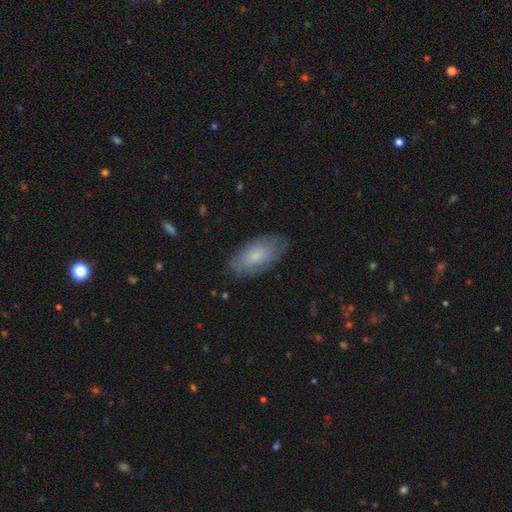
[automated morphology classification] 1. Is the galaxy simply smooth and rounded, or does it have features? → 68% smooth, 25% featured or disk, 6% star or artifact.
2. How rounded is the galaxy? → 92% in between, 5% cigar-shaped, 3% round.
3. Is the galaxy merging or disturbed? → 79% none, 16% minor disturbance, 4% major disturbance, 1% merger.